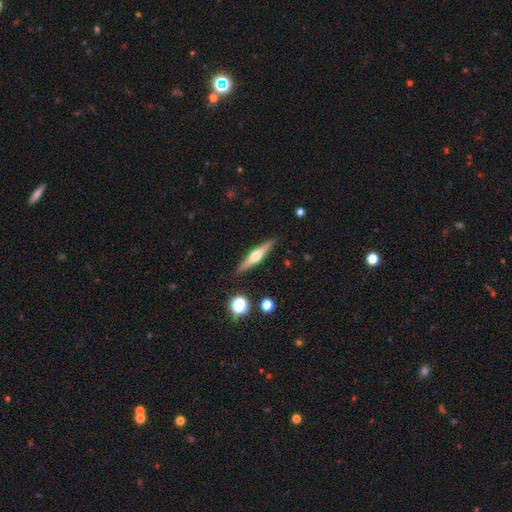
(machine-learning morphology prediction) The model was most divided on "smooth or featured": featured or disk: 63%, smooth: 30%, star or artifact: 7%. More confident: edge-on disk — yes (96%); edge-on bulge — rounded (92%); merging — none (90%).